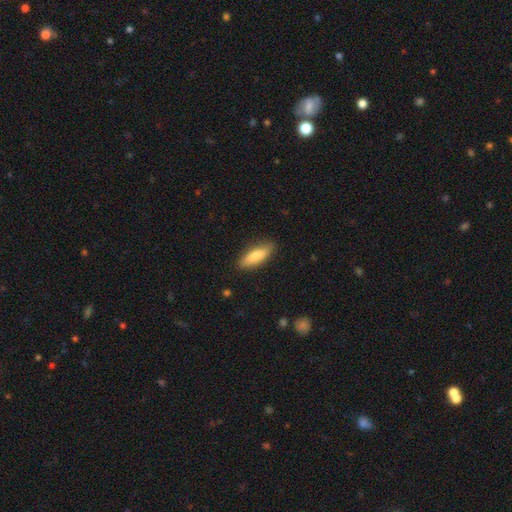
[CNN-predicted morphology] Smooth or featured? Predicted: smooth (p=0.80). How rounded? Predicted: in between (p=0.60). Merging? Predicted: none (p=0.85).